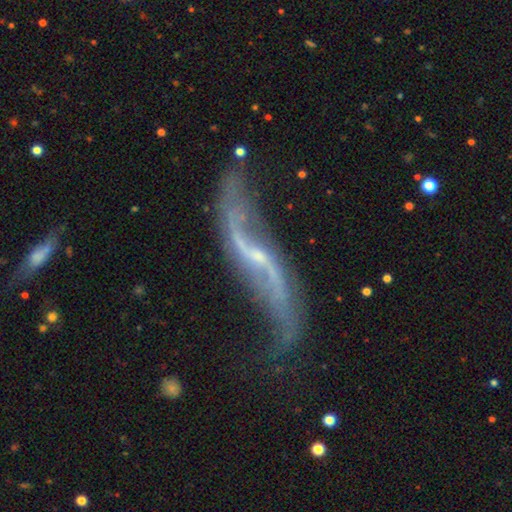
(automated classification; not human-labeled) Smooth or featured? featured or disk (86%)
Edge-on disk? no (81%)
Bar? weak (38%)
Spiral arms? yes (90%)
Spiral winding? loose (92%)
Spiral arm count? 2 (90%)
Bulge size? small (72%)
Merging? none (57%)